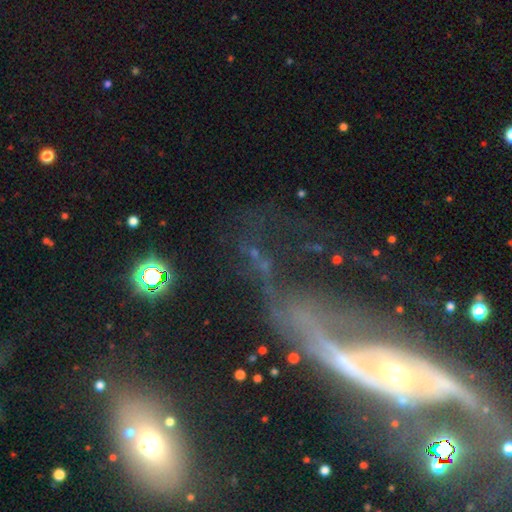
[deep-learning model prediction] A featured or disk galaxy (60%). Merging: major disturbance (38%).